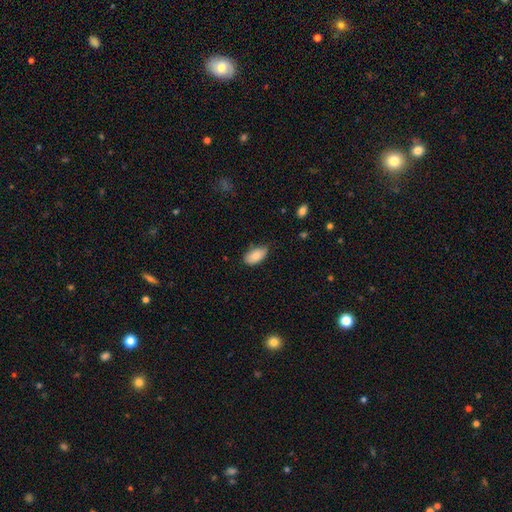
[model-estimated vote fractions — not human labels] Overall: smooth (85%). How rounded: in between (94%). Merging: none (72%).